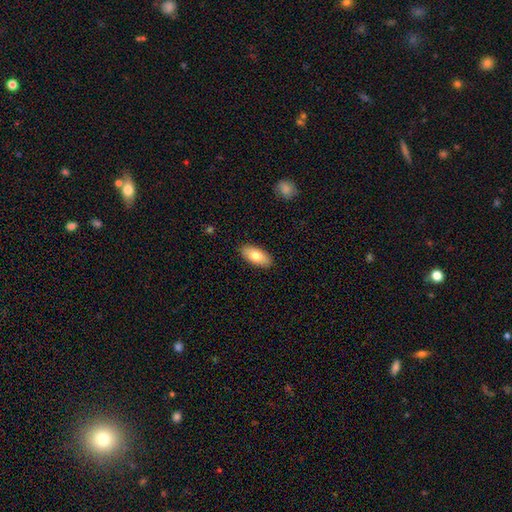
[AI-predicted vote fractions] The model was most divided on "smooth or featured": smooth: 77%, featured or disk: 17%, star or artifact: 6%. More confident: how rounded — in between (90%); merging — none (89%).